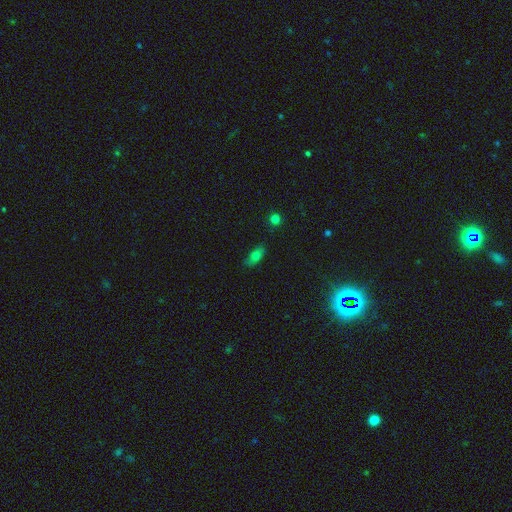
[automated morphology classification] Smooth or featured? Predicted: smooth (p=0.68). How rounded? Predicted: in between (p=0.78). Merging? Predicted: none (p=0.76).